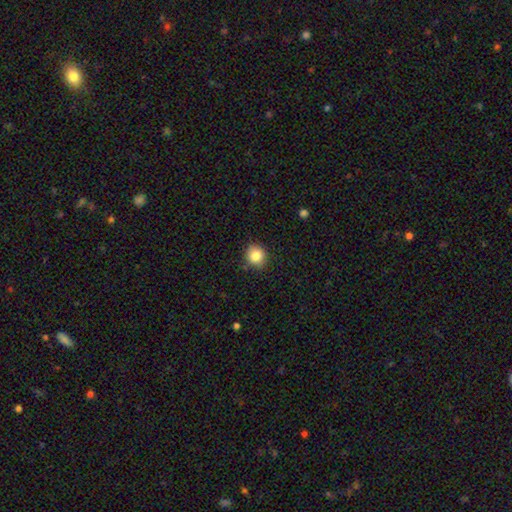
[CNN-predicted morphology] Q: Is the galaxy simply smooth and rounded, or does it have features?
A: smooth — 85%.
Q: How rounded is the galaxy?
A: round — 84%.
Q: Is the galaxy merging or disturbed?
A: none — 86%.